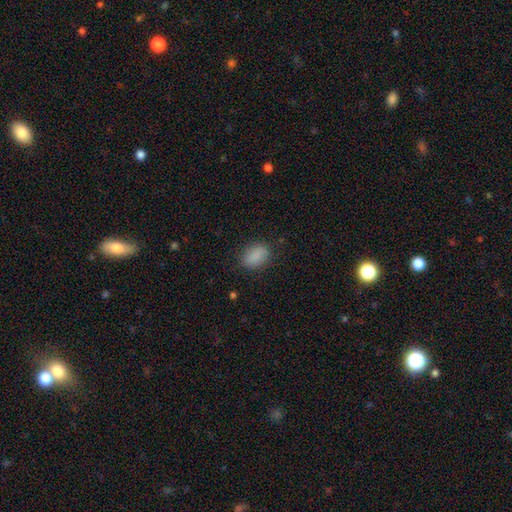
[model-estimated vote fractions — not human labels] This is clearly a smooth galaxy (86%). How rounded: clearly in between (82%). Merging: clearly none (83%).